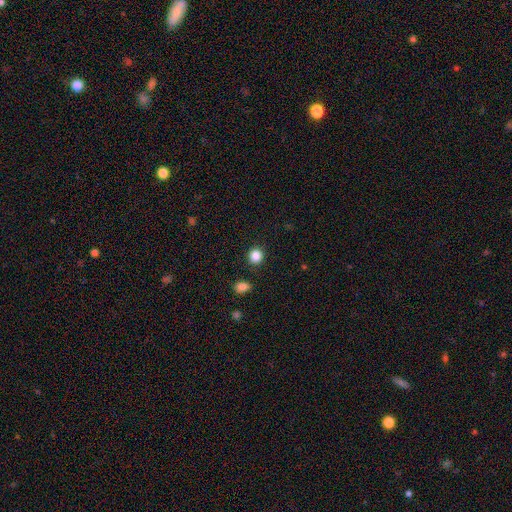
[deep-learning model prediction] This is clearly a smooth galaxy (87%). How rounded: clearly round (87%). Merging: clearly none (89%).